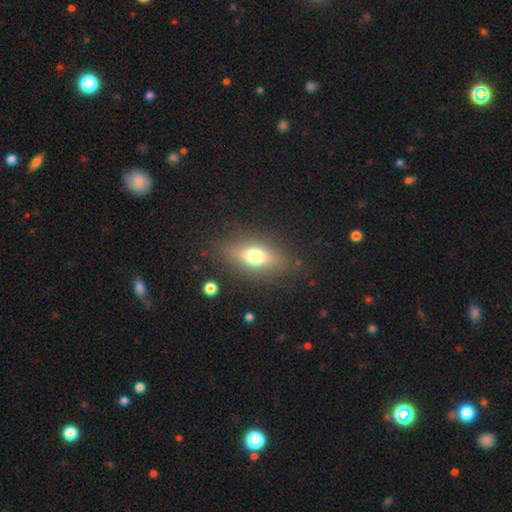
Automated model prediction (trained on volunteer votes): This is likely a smooth galaxy (61%). How rounded: likely in between (70%). Merging: clearly none (84%).